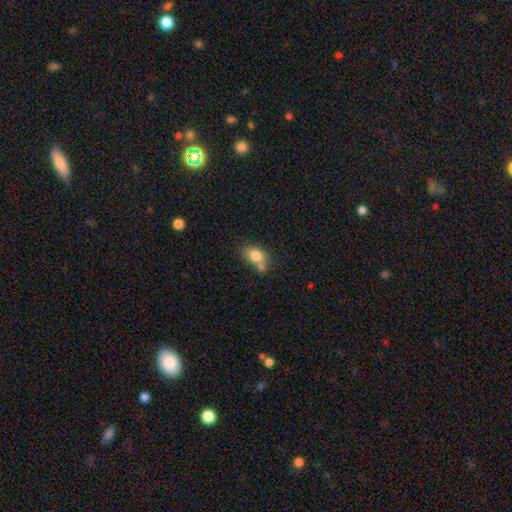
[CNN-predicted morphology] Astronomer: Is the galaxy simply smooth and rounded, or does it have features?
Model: smooth — 78%.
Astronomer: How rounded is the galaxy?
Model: in between — 71%.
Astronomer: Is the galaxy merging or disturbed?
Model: none — 41% (runner-up: merger, 31%).